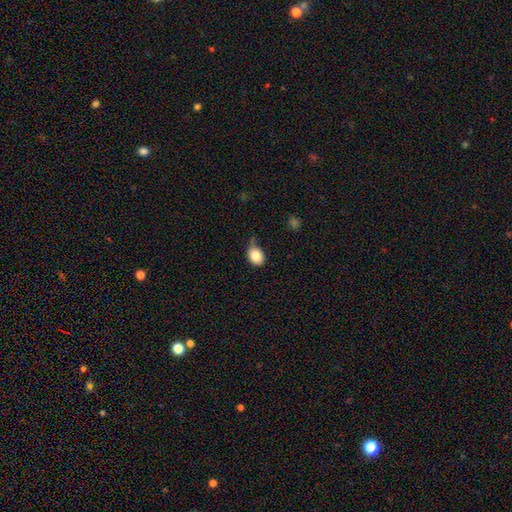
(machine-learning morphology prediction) This appears to be a smooth galaxy with no disk features (84%) that is in between round and cigar-shaped (57%). Merging: none (60%).